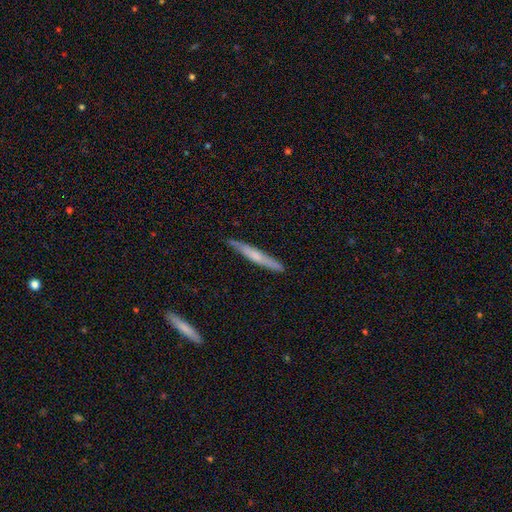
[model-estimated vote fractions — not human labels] smooth-or-featured: smooth: 51% | featured or disk: 43% | star or artifact: 5%
  how-rounded: cigar-shaped: 96% | in between: 3% | round: 1%
  merging: none: 88% | minor disturbance: 9% | major disturbance: 1% | merger: 1%